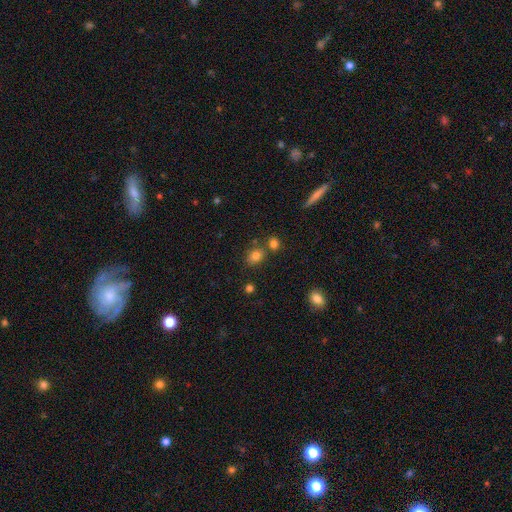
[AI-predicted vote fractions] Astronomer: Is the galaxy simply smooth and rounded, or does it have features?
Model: smooth — 80%.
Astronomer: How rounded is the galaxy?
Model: in between — 57% (runner-up: round, 41%).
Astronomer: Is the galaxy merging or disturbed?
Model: none — 67%.